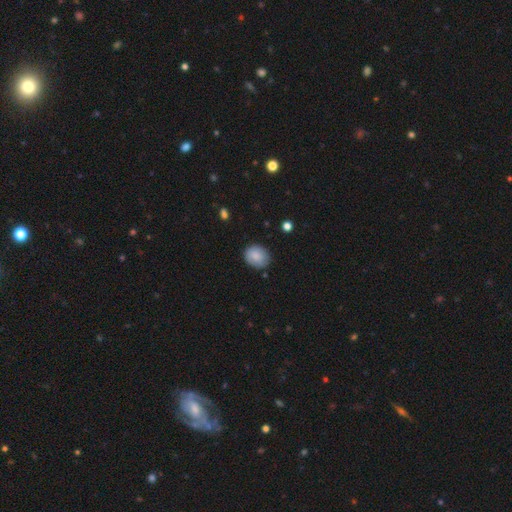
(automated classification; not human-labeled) Q: Smooth or featured?
A: smooth (86%); runner-up: star or artifact (7%)
Q: How rounded?
A: round (67%); runner-up: in between (33%)
Q: Merging?
A: none (81%); runner-up: minor disturbance (15%)